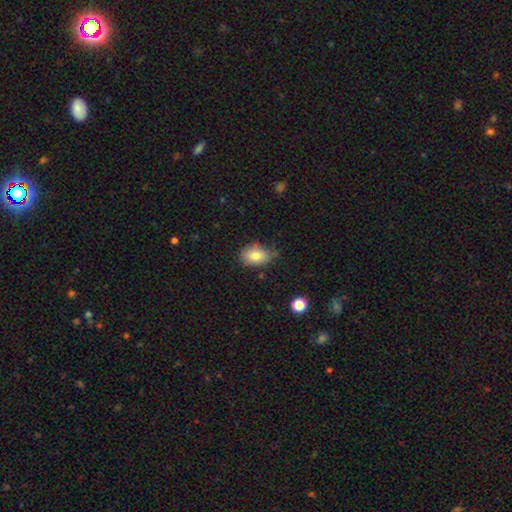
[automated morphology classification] This is clearly a smooth galaxy (82%). How rounded: clearly in between (84%). Merging: likely none (61%).